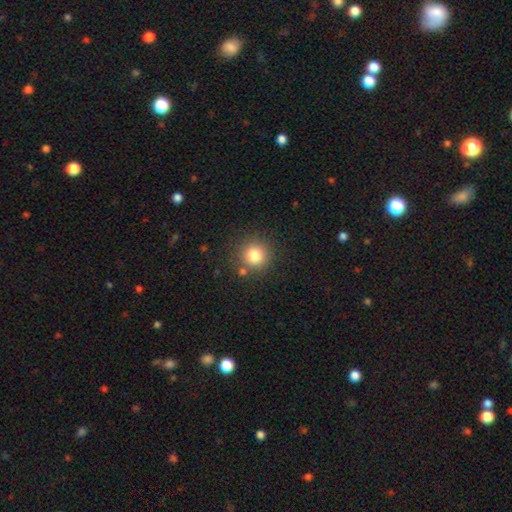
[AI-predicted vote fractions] A smooth galaxy with no disk features (80%) that is round (95%).

Vote fractions:
- Smooth or featured? smooth: 80% / star or artifact: 14% / featured or disk: 6%
- How rounded? round: 95% / in between: 4% / cigar-shaped: 1%
- Merging? none: 87% / minor disturbance: 7% / merger: 4% / major disturbance: 2%